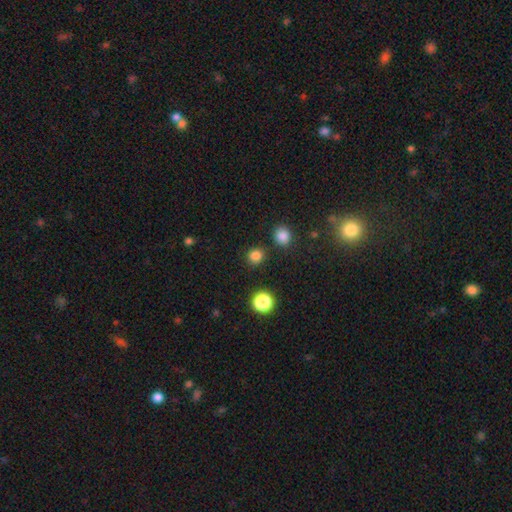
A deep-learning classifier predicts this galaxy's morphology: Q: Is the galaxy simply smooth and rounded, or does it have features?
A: smooth — 81%.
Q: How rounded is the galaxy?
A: round — 87%.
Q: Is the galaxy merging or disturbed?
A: none — 85%.